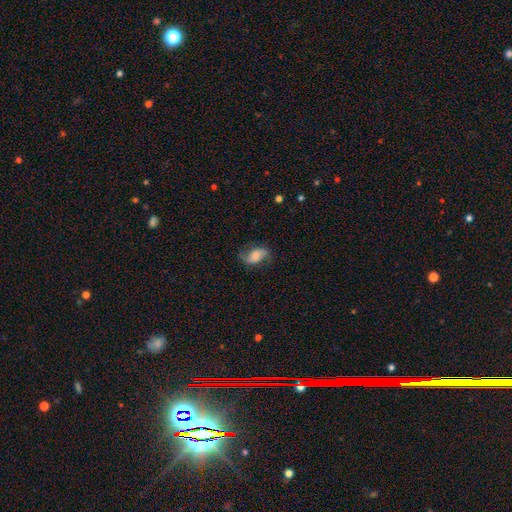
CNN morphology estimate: Smooth or featured? Predicted: featured or disk (p=0.56). Edge-on disk? Predicted: no (p=0.96). Bar? Predicted: no (p=0.47). Spiral arms? Predicted: yes (p=0.90). Bulge size? Predicted: moderate (p=0.28). Merging? Predicted: none (p=0.68).